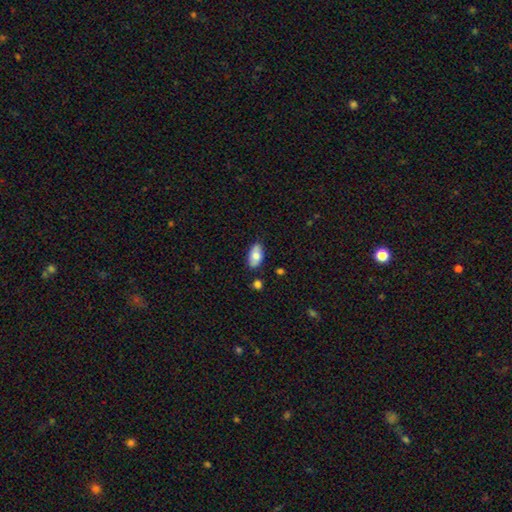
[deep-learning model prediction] This appears to be a smooth galaxy with no disk features (74%) that is in between round and cigar-shaped (92%). Merging: none (81%).